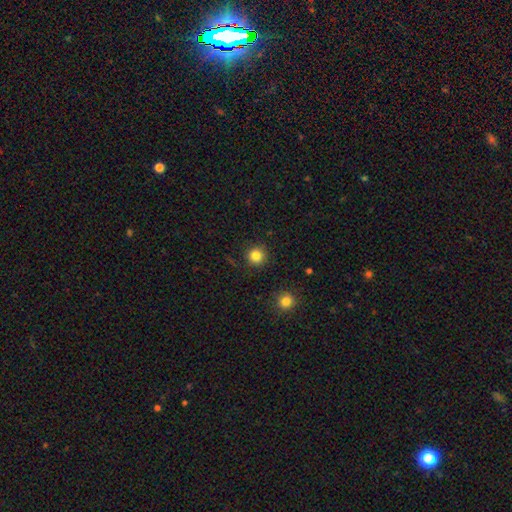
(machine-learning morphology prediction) The model was most divided on "smooth or featured": smooth: 84%, star or artifact: 12%, featured or disk: 4%. More confident: how rounded — round (94%); merging — none (89%).